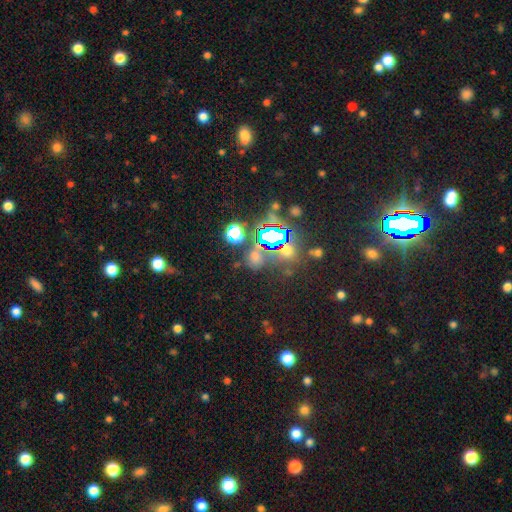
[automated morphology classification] A star or artifact, not a galaxy (56%).